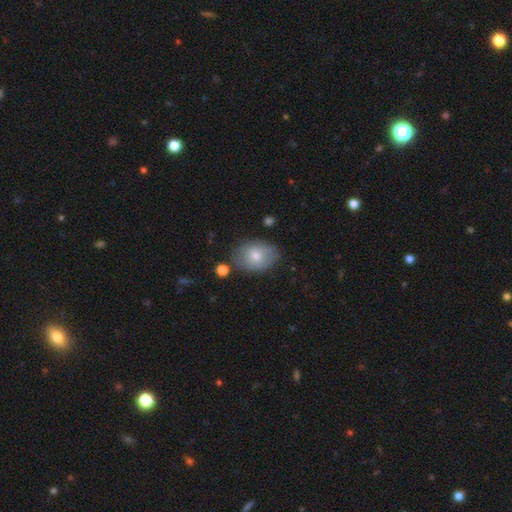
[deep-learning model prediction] A smooth galaxy with no disk features (69%) that is in between round and cigar-shaped (70%).

Vote fractions:
- Smooth or featured? smooth: 69% / featured or disk: 23% / star or artifact: 8%
- How rounded? in between: 70% / round: 29% / cigar-shaped: 1%
- Merging? none: 74% / minor disturbance: 18% / major disturbance: 4% / merger: 3%